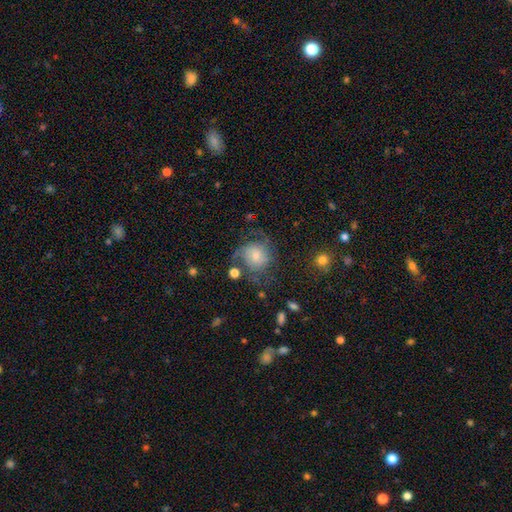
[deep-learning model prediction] Overall: featured or disk (54%; smooth 37%). Edge-on disk: no (98%). Bar: no (74%). Spiral arms: yes (84%). Bulge size: small (47%; moderate 38%). Merging: none (49%; major disturbance 23%).